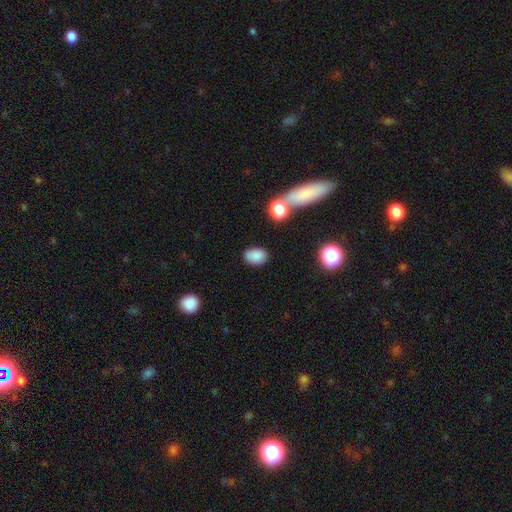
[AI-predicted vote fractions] A smooth galaxy with no disk features (84%) that is in between round and cigar-shaped (78%).

Vote fractions:
- Smooth or featured? smooth: 84% / star or artifact: 11% / featured or disk: 5%
- How rounded? in between: 78% / round: 21% / cigar-shaped: 1%
- Merging? none: 78% / minor disturbance: 14% / merger: 4% / major disturbance: 4%